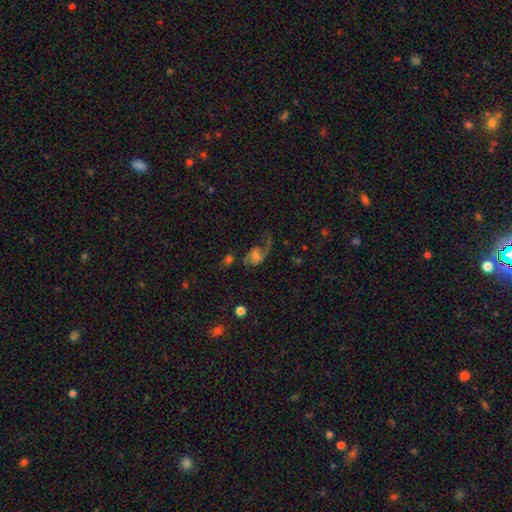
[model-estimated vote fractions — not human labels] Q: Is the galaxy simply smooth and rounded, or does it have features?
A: featured or disk — 61%.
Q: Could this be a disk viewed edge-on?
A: no — 97%.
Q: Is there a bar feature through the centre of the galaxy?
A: no — 64%.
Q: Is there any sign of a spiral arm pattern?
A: yes — 87%.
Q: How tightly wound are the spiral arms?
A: loose — 69%.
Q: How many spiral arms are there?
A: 2 — 54%.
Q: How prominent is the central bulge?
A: moderate — 34%.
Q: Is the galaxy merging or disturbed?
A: major disturbance — 40%.